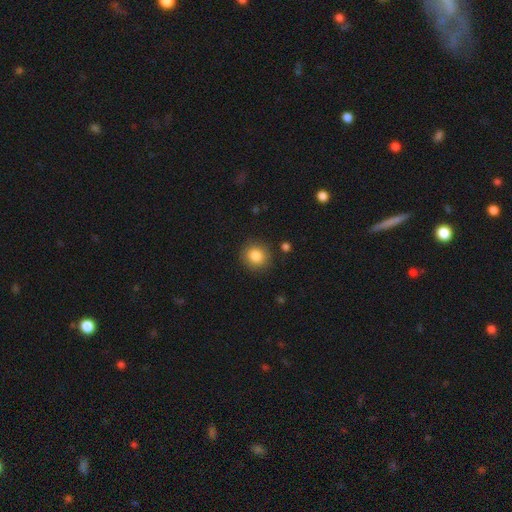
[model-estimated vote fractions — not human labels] smooth_or_featured: smooth (p=0.84) [alt: star or artifact p=0.10]
how_rounded: round (p=0.87) [alt: in between p=0.12]
merging: none (p=0.88) [alt: minor disturbance p=0.08]